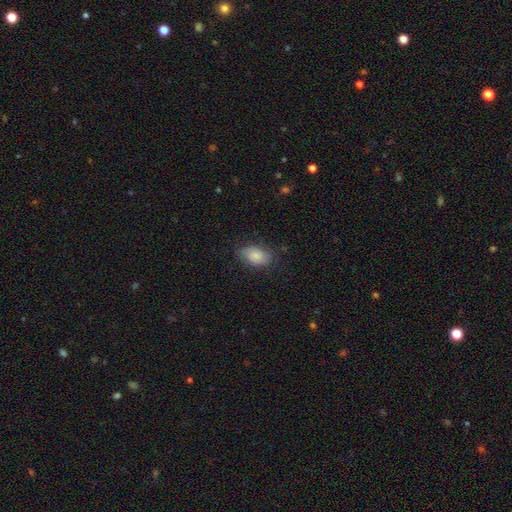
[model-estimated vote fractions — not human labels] Smooth or featured: smooth — 78% (featured or disk — 15%)
How rounded: in between — 90% (round — 8%)
Merging: none — 73% (minor disturbance — 21%)